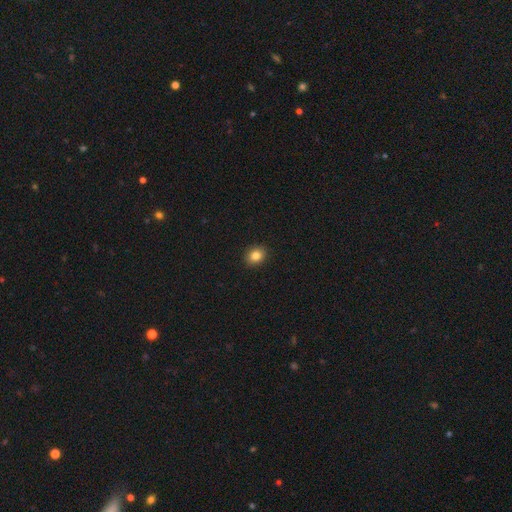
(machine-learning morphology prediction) The model was most divided on "how rounded": round: 59%, in between: 40%, cigar-shaped: 1%. More confident: merging — none (91%); smooth or featured — smooth (84%).